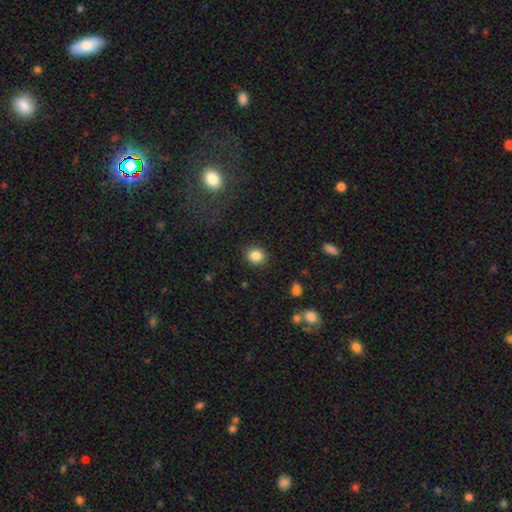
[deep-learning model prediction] smooth 84%, star or artifact 11%, featured or disk 5%. Down the decision tree: how rounded — round (80%); merging — none (90%).